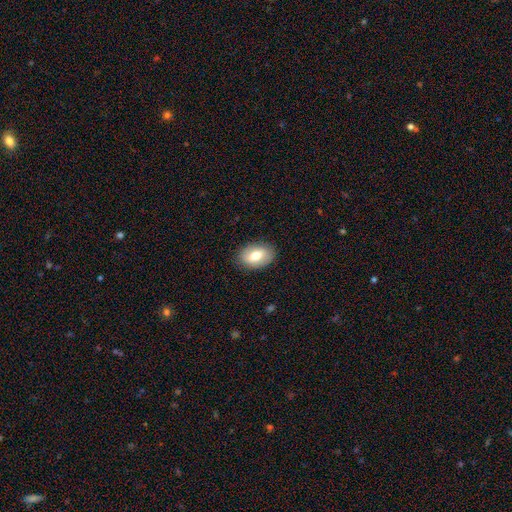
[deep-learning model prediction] This appears to be a smooth galaxy with no disk features (69%) that is in between round and cigar-shaped (84%). Merging: none (86%).